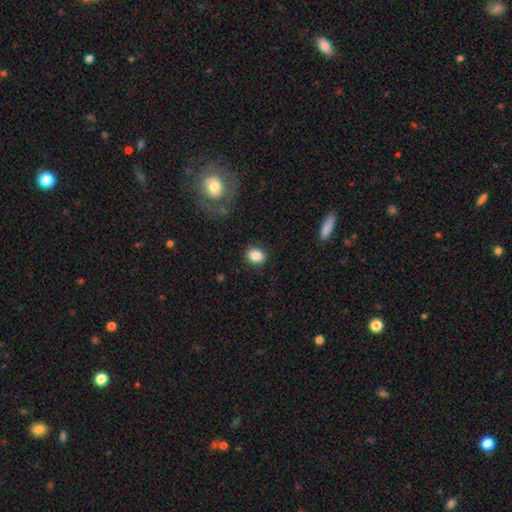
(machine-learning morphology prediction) Smooth or featured? smooth (86%)
How rounded? round (52%)
Merging? none (87%)